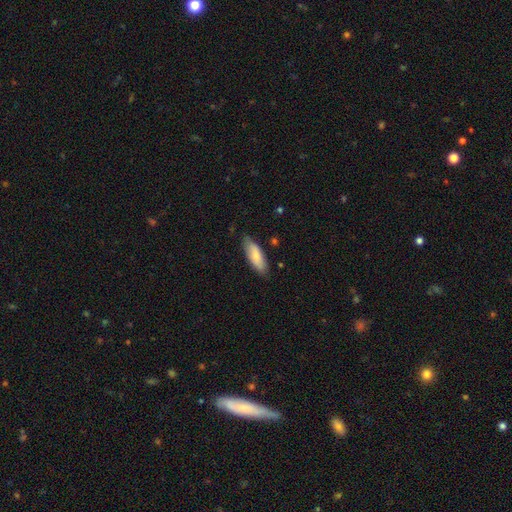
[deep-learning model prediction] Smooth or featured: smooth — 77% (featured or disk — 18%)
How rounded: in between — 65% (cigar-shaped — 33%)
Merging: none — 79% (minor disturbance — 17%)